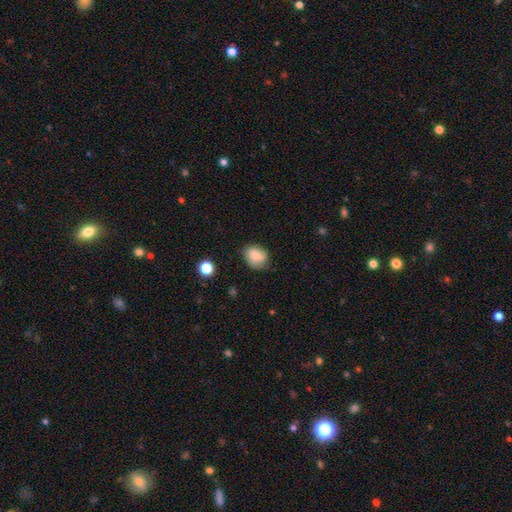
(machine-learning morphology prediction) smooth_or_featured: smooth (p=0.75) [alt: featured or disk p=0.16]
how_rounded: in between (p=0.52) [alt: round p=0.47]
merging: none (p=0.70) [alt: minor disturbance p=0.23]